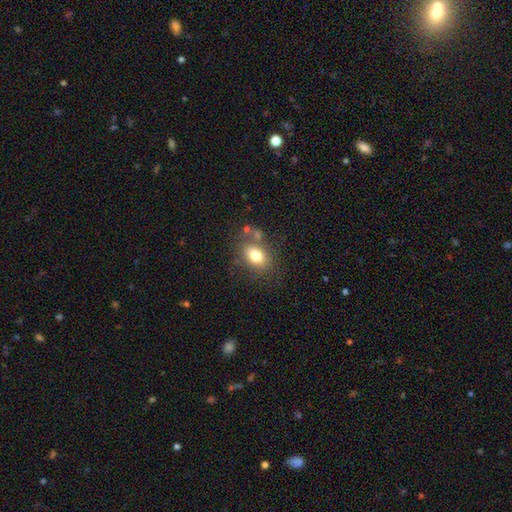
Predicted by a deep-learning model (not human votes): The model was most divided on "how rounded": in between: 69%, round: 30%, cigar-shaped: 1%. More confident: smooth or featured — smooth (78%); merging — none (66%).